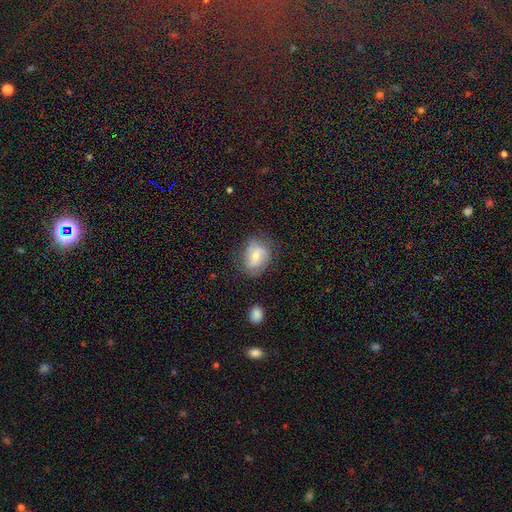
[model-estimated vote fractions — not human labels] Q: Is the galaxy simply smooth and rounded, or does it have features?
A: featured or disk — 51%.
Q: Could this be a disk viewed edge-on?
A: no — 96%.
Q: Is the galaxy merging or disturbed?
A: none — 67%.